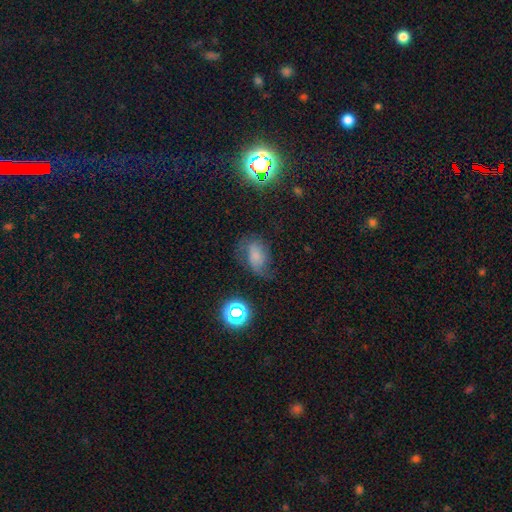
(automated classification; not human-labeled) This appears to be a smooth galaxy with no disk features (44%). Merging: none (46%).